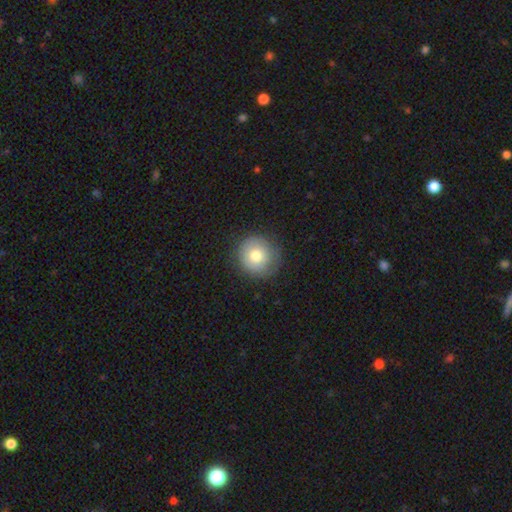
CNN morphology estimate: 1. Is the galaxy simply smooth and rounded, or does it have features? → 74% smooth, 16% featured or disk, 9% star or artifact.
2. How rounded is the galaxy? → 92% round, 7% in between, 1% cigar-shaped.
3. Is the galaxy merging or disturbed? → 82% none, 13% minor disturbance, 4% major disturbance, 1% merger.